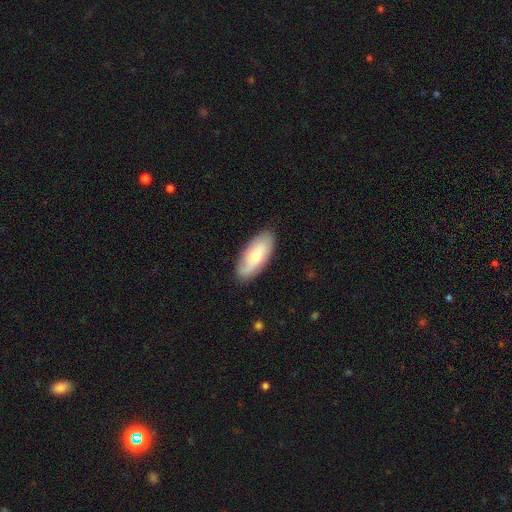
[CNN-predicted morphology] Smooth or featured? Predicted: smooth (p=0.66). How rounded? Predicted: in between (p=0.86). Merging? Predicted: none (p=0.83).